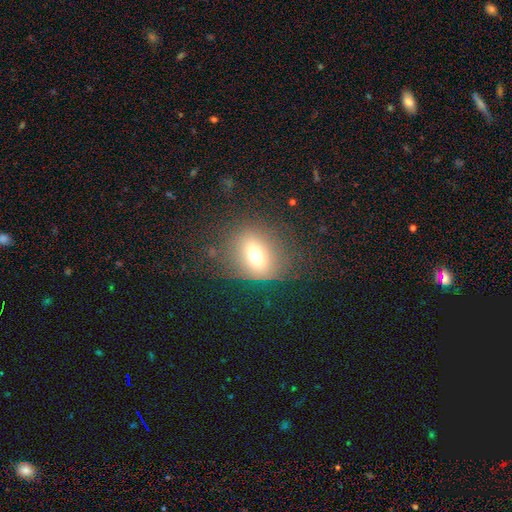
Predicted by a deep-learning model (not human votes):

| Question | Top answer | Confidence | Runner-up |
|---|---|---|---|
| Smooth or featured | smooth | 65% | featured or disk (18%) |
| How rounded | round | 53% | in between (45%) |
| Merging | none | 71% | minor disturbance (16%) |